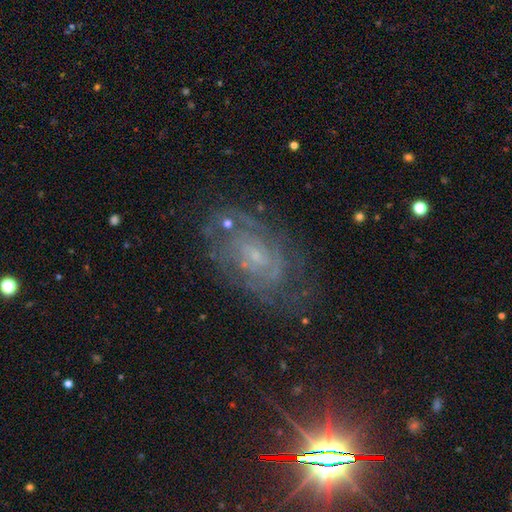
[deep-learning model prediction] A featured or disk galaxy (74%) with no bar (59%), tight (57%) spiral arms (84%) and a small central bulge (72%).

Vote fractions:
- Smooth or featured? featured or disk: 74% / smooth: 14% / star or artifact: 12%
- Edge-on disk? no: 96% / yes: 4%
- Bar? no: 59% / weak: 34% / strong: 7%
- Spiral arms? yes: 84% / no: 16%
- Spiral winding? tight: 57% / medium: 32% / loose: 11%
- Spiral arm count? can't tell: 50% / 2: 23% / 3: 10% / 4: 6% / 1: 5% / more than 4: 5%
- Bulge size? small: 72% / moderate: 16% / none: 10% / large: 2% / dominant: 1%
- Merging? none: 68% / minor disturbance: 18% / major disturbance: 11% / merger: 2%